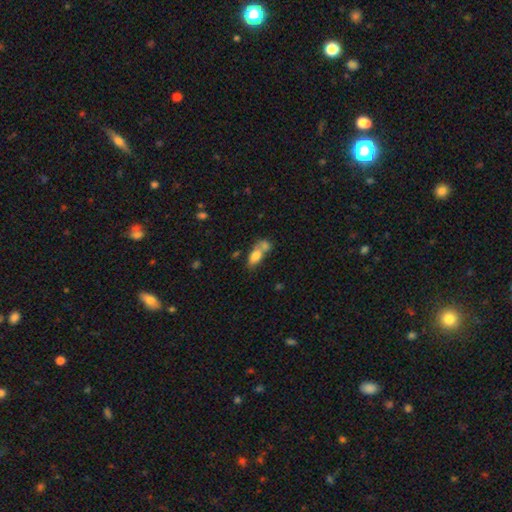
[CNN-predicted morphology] Q: Smooth or featured?
A: smooth (76%); runner-up: featured or disk (16%)
Q: How rounded?
A: in between (81%); runner-up: cigar-shaped (11%)
Q: Merging?
A: merger (56%); runner-up: none (28%)